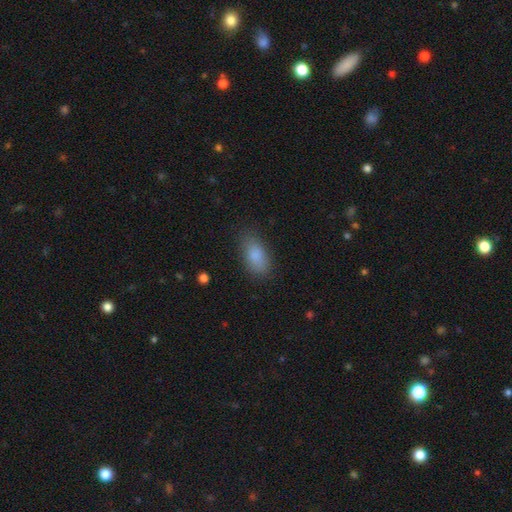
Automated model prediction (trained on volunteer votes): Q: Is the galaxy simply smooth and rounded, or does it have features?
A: smooth — 85%.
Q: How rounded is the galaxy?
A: in between — 89%.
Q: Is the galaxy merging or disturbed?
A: none — 79%.